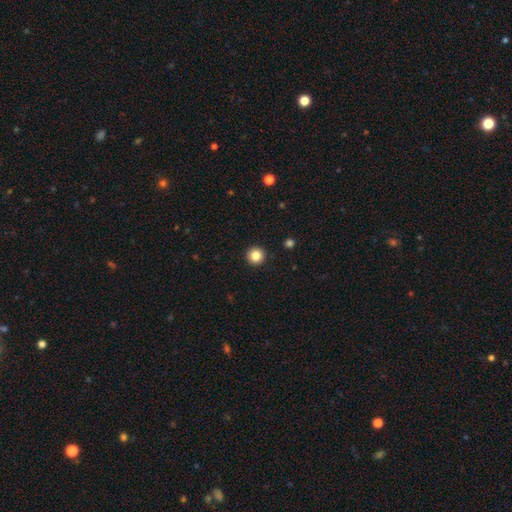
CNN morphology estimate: A smooth galaxy with no disk features (84%) that is round (96%). Merging: none (94%).